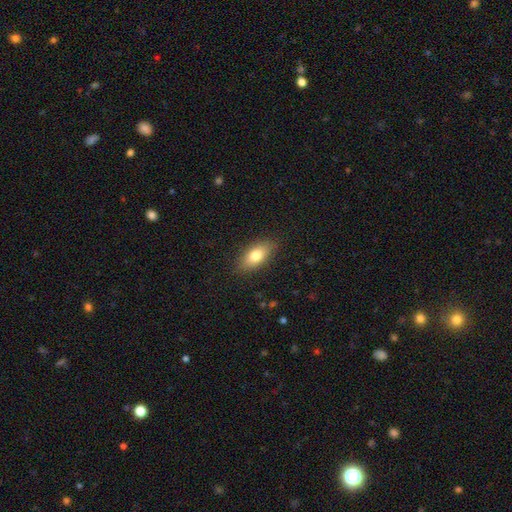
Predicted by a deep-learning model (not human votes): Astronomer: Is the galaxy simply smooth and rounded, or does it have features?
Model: smooth — 77%.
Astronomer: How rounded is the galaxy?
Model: in between — 84%.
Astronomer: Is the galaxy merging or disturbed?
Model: none — 86%.